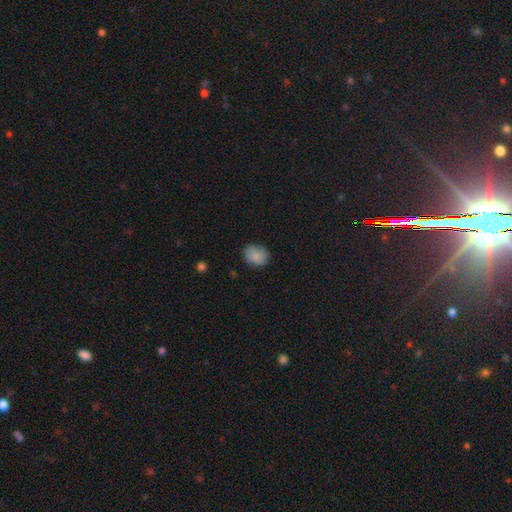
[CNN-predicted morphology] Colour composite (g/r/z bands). It shows a smooth galaxy with no disk features (85%) that is round (57%). Merging: none (76%).